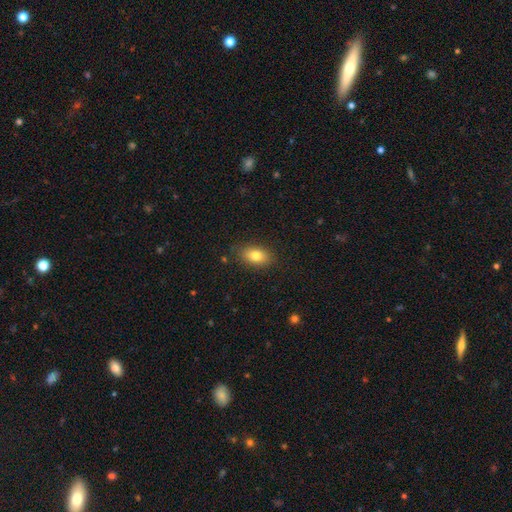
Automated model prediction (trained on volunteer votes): A smooth galaxy with no disk features (80%) that is in between round and cigar-shaped (86%).

Vote fractions:
- Smooth or featured? smooth: 80% / featured or disk: 11% / star or artifact: 9%
- How rounded? in between: 86% / round: 11% / cigar-shaped: 3%
- Merging? none: 85% / minor disturbance: 11% / major disturbance: 3% / merger: 1%